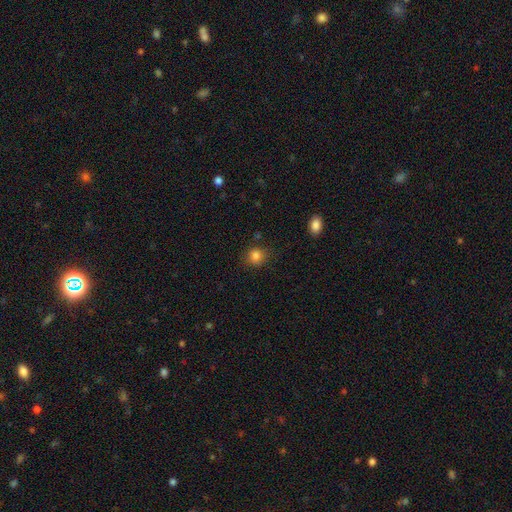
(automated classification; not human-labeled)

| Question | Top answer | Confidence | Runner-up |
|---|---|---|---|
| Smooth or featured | smooth | 83% | star or artifact (12%) |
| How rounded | round | 83% | in between (16%) |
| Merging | none | 82% | minor disturbance (12%) |